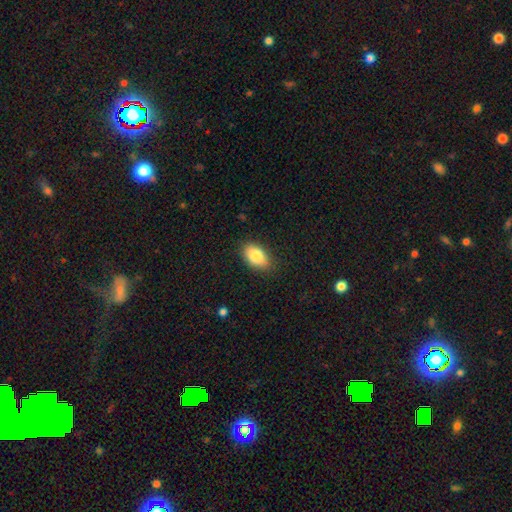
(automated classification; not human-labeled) smooth_or_featured: smooth (p=0.86) [alt: star or artifact p=0.07]
how_rounded: in between (p=0.91) [alt: round p=0.08]
merging: none (p=0.85) [alt: minor disturbance p=0.12]